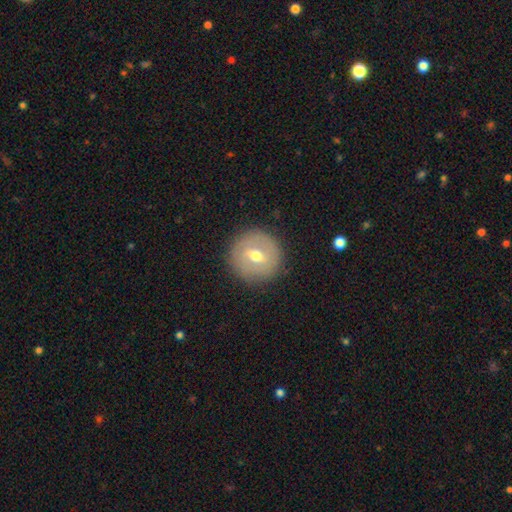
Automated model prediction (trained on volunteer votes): A smooth galaxy with no disk features (47%).

Vote fractions:
- Smooth or featured? smooth: 47% / featured or disk: 45% / star or artifact: 8%
- Merging? none: 88% / minor disturbance: 8% / major disturbance: 3% / merger: 1%